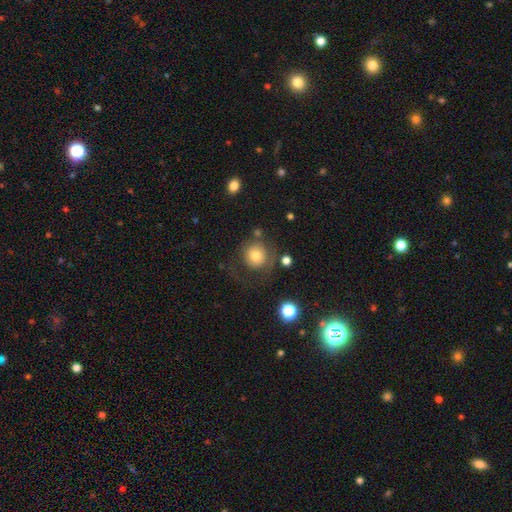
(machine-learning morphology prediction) smooth-or-featured: smooth: 72% | featured or disk: 18% | star or artifact: 10%
  how-rounded: round: 91% | in between: 8% | cigar-shaped: 1%
  merging: none: 59% | major disturbance: 19% | minor disturbance: 16% | merger: 5%